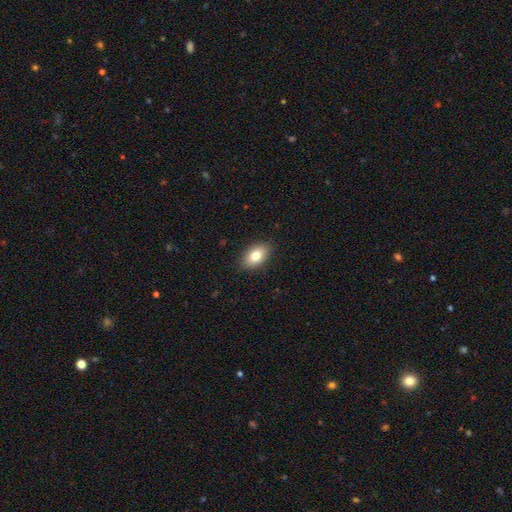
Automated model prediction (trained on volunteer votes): This appears to be a smooth galaxy with no disk features (79%) that is in between round and cigar-shaped (89%). Merging: none (88%).